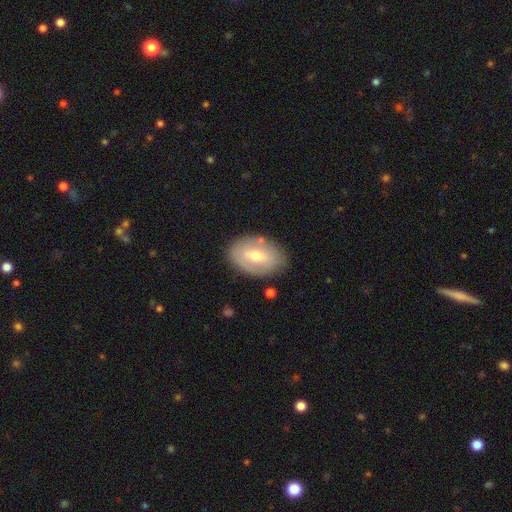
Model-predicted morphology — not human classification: A featured or disk galaxy (49%).

Vote fractions:
- Smooth or featured? featured or disk: 49% / smooth: 44% / star or artifact: 7%
- Merging? none: 78% / minor disturbance: 15% / major disturbance: 4% / merger: 3%